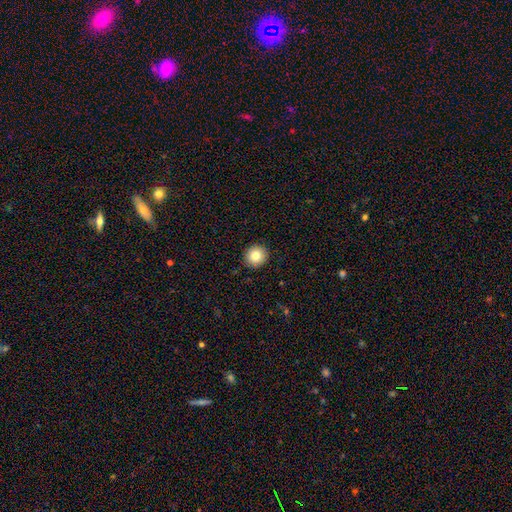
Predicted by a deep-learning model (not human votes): The model was most divided on "smooth or featured": smooth: 82%, star or artifact: 10%, featured or disk: 9%. More confident: merging — none (92%); how rounded — round (89%).